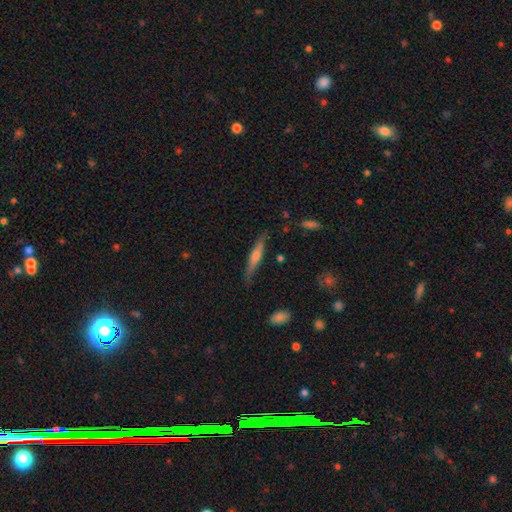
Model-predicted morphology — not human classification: featured or disk 52%, smooth 41%, star or artifact 7%. Down the decision tree: edge-on disk — yes (96%); edge-on bulge — rounded (60%); merging — none (82%).